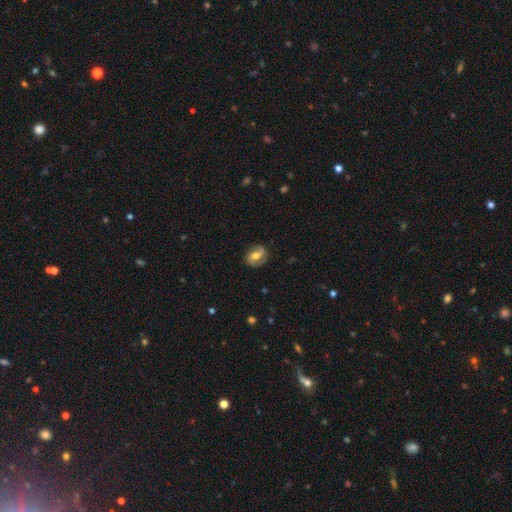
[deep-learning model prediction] A featured or disk galaxy (51%). Merging: none (77%).